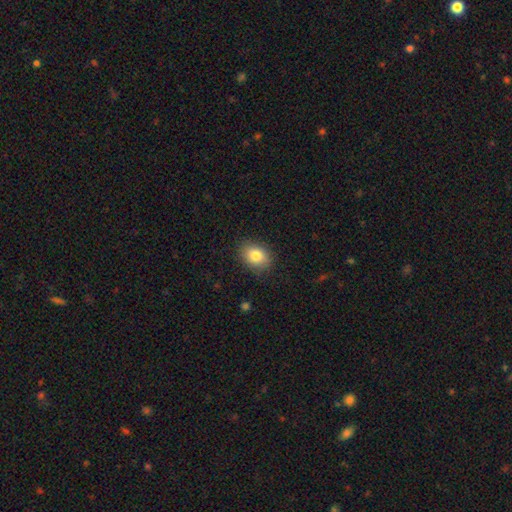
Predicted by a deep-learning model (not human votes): Smooth or featured?
  - smooth: 82% *
  - star or artifact: 9%
  - featured or disk: 9%
How rounded?
  - in between: 66% *
  - round: 33%
  - cigar-shaped: 1%
Merging?
  - none: 86% *
  - minor disturbance: 10%
  - major disturbance: 3%
  - merger: 1%